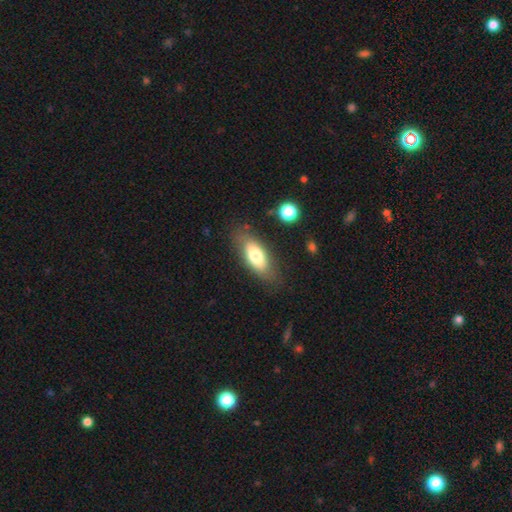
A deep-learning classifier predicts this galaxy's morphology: smooth-or-featured: smooth: 71% | featured or disk: 22% | star or artifact: 7%
  how-rounded: in between: 80% | cigar-shaped: 17% | round: 3%
  merging: none: 79% | minor disturbance: 15% | major disturbance: 5% | merger: 2%